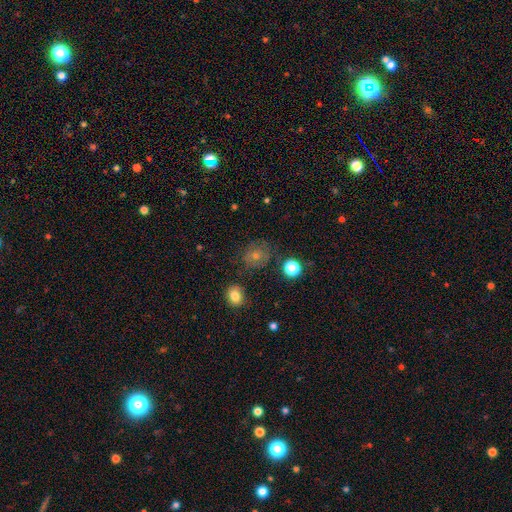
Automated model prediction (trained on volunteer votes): Smooth or featured: smooth — 46% (star or artifact — 29%)
Merging: none — 79% (minor disturbance — 13%)